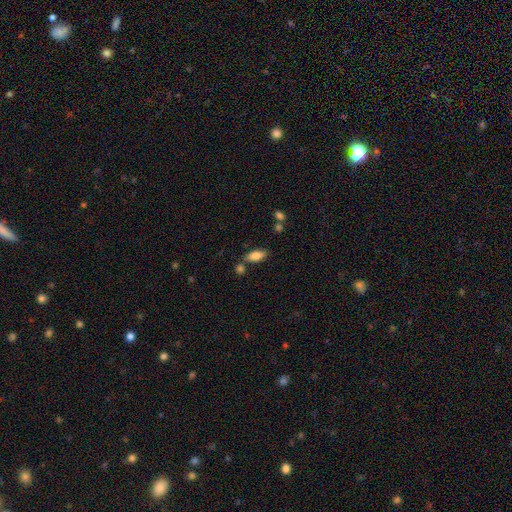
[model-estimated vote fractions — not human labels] A smooth galaxy with no disk features (84%) that is in between round and cigar-shaped (86%).

Vote fractions:
- Smooth or featured? smooth: 84% / featured or disk: 9% / star or artifact: 8%
- How rounded? in between: 86% / cigar-shaped: 11% / round: 3%
- Merging? none: 68% / merger: 14% / minor disturbance: 14% / major disturbance: 4%